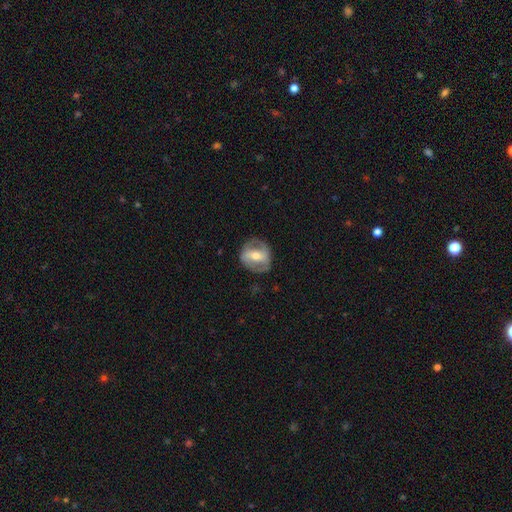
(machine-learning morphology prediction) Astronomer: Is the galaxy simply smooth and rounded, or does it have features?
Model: featured or disk — 67%.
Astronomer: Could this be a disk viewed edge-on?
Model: no — 93%.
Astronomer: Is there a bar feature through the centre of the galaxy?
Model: strong — 51% (runner-up: weak, 30%).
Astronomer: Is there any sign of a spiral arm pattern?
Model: yes — 57% (runner-up: no, 43%).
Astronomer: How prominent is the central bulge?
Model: moderate — 64%.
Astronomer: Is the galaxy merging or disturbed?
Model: none — 76%.